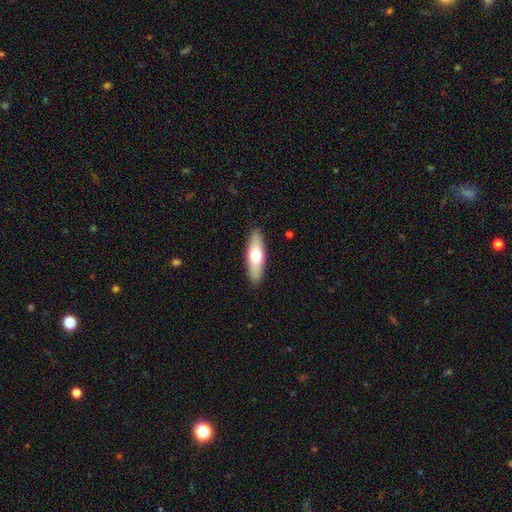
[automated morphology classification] smooth-or-featured: smooth: 59% | featured or disk: 36% | star or artifact: 5%
  how-rounded: cigar-shaped: 50% | in between: 48% | round: 3%
  merging: none: 90% | minor disturbance: 7% | major disturbance: 2% | merger: 1%